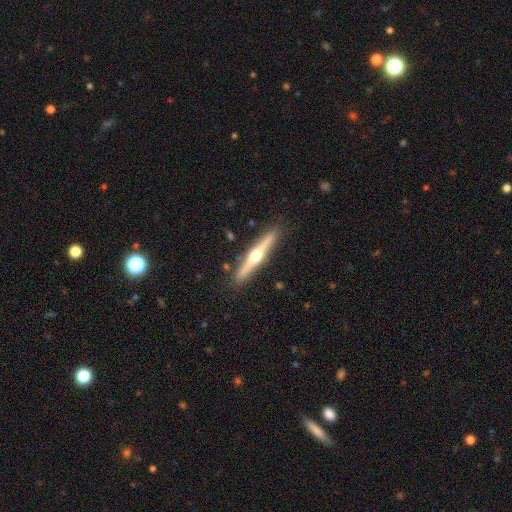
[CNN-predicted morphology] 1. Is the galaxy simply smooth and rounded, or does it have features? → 73% featured or disk, 22% smooth, 5% star or artifact.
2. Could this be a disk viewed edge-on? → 98% yes, 2% no.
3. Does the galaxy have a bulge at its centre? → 95% rounded, 3% none, 2% boxy.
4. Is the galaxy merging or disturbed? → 89% none, 8% minor disturbance, 2% merger, 2% major disturbance.